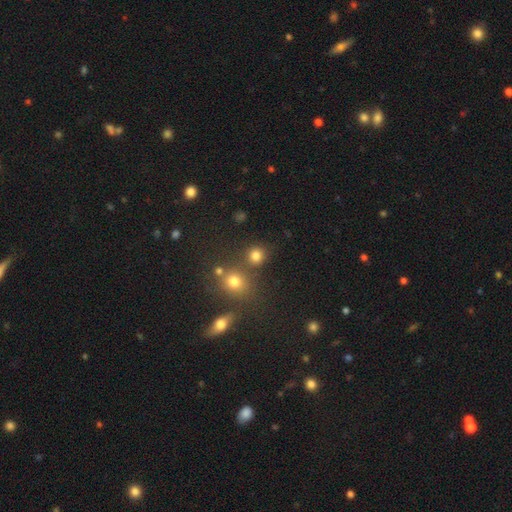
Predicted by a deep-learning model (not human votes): A smooth galaxy with no disk features (78%) that is round (88%).

Vote fractions:
- Smooth or featured? smooth: 78% / star or artifact: 16% / featured or disk: 5%
- How rounded? round: 88% / in between: 11% / cigar-shaped: 1%
- Merging? none: 75% / merger: 13% / minor disturbance: 8% / major disturbance: 4%